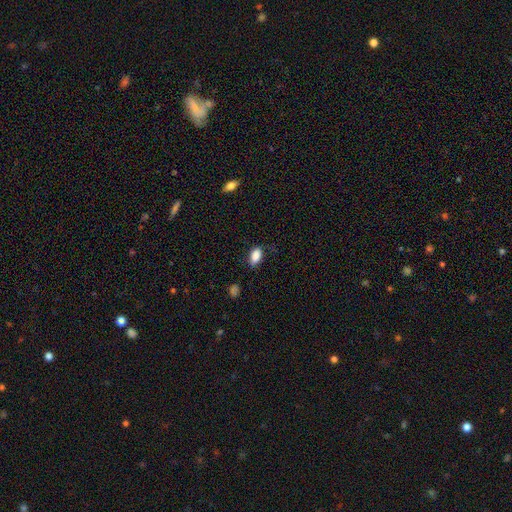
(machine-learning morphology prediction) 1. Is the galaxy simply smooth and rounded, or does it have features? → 88% smooth, 8% star or artifact, 4% featured or disk.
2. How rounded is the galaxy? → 90% in between, 6% round, 4% cigar-shaped.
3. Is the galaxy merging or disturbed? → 76% none, 19% minor disturbance, 4% major disturbance, 1% merger.